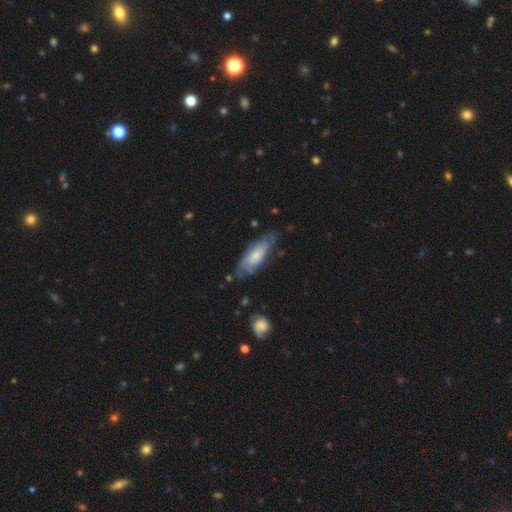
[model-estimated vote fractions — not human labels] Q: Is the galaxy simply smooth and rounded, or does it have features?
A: smooth — 52%.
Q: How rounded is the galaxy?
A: in between — 61%.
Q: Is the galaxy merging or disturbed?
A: none — 64%.